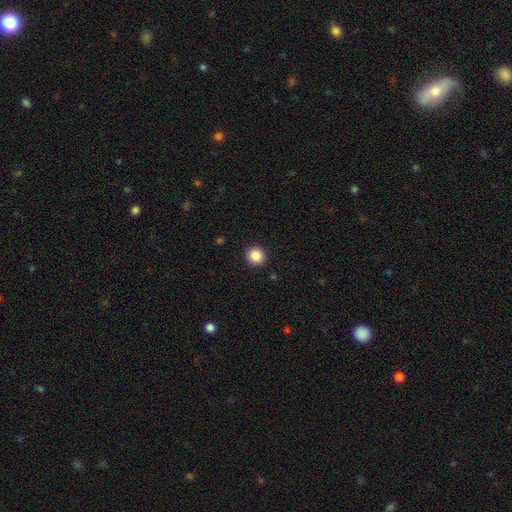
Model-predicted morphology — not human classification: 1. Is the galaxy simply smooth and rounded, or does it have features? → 87% smooth, 9% star or artifact, 3% featured or disk.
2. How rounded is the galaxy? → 93% round, 6% in between, 1% cigar-shaped.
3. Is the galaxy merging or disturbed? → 92% none, 5% minor disturbance, 2% major disturbance, 1% merger.